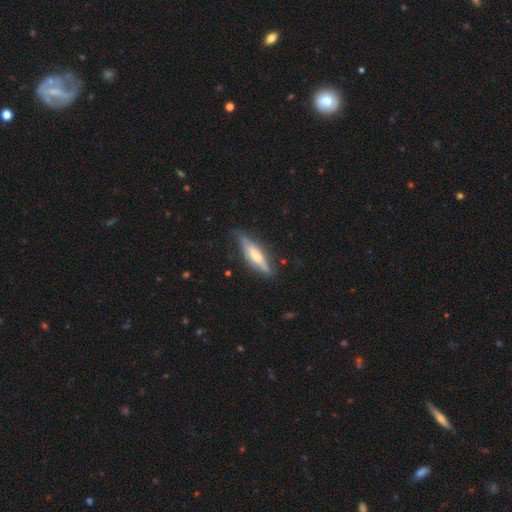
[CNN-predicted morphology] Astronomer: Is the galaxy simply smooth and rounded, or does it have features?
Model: featured or disk — 49% (runner-up: smooth, 46%).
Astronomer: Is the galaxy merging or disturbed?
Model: none — 65%.